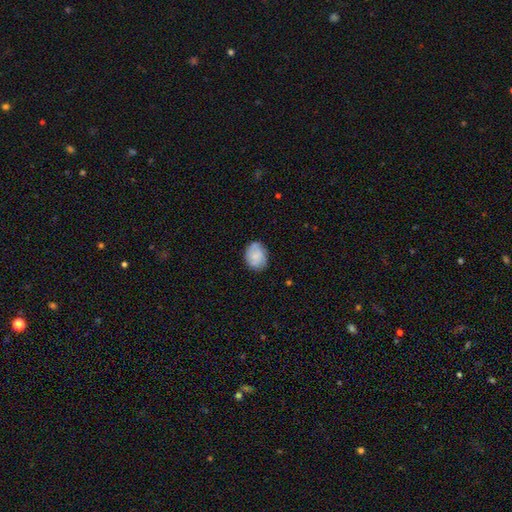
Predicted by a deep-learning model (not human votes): Smooth or featured? smooth (67%)
How rounded? in between (55%)
Merging? none (73%)